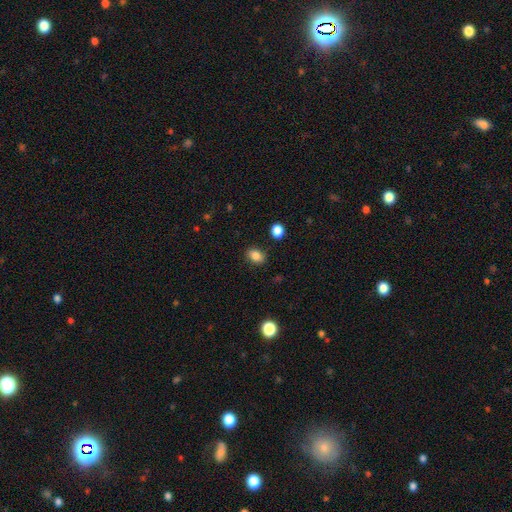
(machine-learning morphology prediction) Smooth or featured: smooth — 85% (star or artifact — 10%)
How rounded: in between — 69% (round — 30%)
Merging: none — 85% (minor disturbance — 9%)